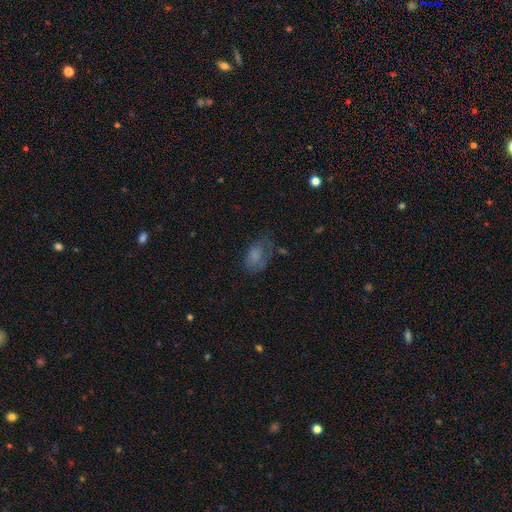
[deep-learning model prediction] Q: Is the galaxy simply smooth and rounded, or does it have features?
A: smooth — 67%.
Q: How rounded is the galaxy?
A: in between — 87%.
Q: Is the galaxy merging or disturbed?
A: none — 42%.